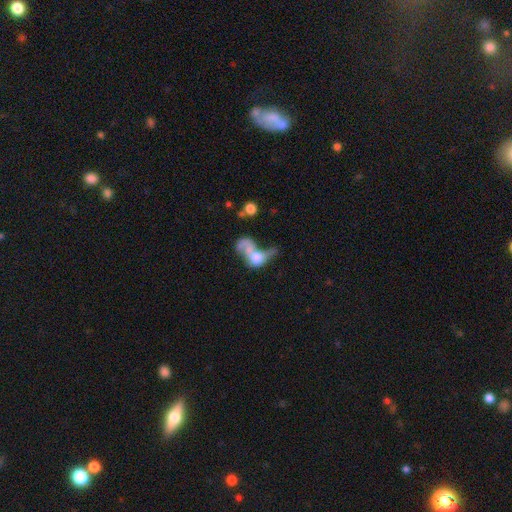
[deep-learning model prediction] The model was most divided on "smooth or featured": smooth: 47%, featured or disk: 42%, star or artifact: 11%. More confident: merging — merger (55%).